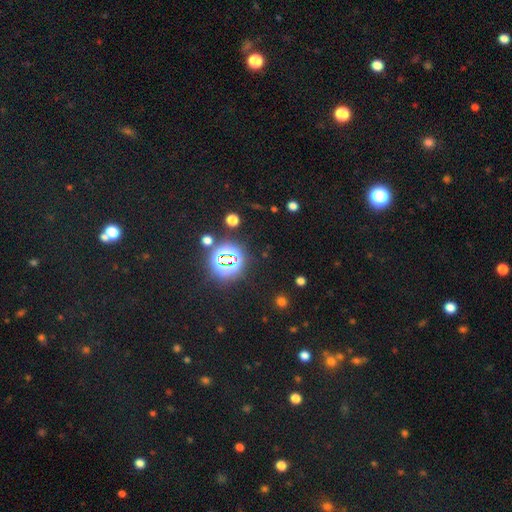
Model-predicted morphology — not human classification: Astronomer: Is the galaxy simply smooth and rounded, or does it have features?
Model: star or artifact — 76%.